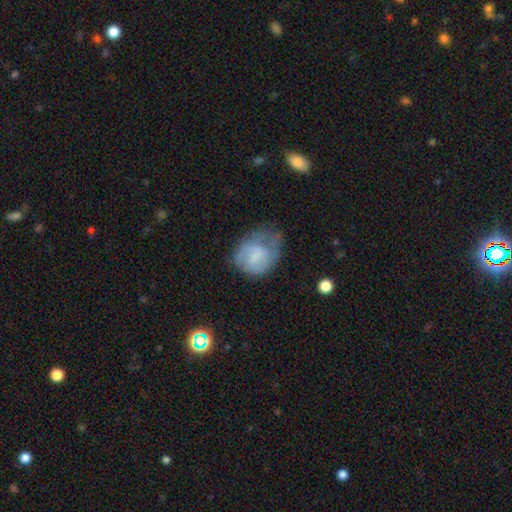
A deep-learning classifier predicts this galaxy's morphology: type=smooth (49%); merging=none (35%).